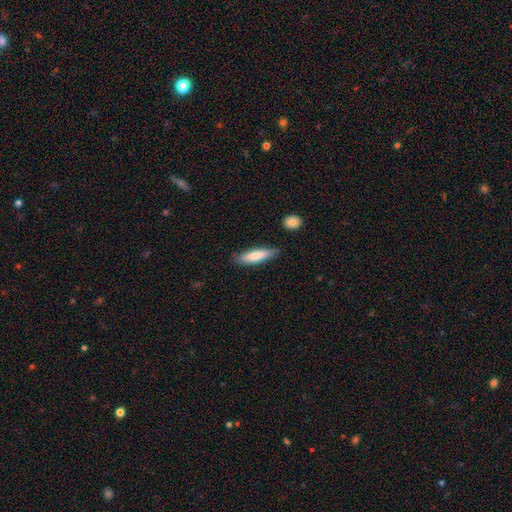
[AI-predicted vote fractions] A smooth galaxy with no disk features (79%) that is cigar-shaped (70%).

Vote fractions:
- Smooth or featured? smooth: 79% / featured or disk: 15% / star or artifact: 6%
- How rounded? cigar-shaped: 70% / in between: 29% / round: 1%
- Merging? none: 79% / minor disturbance: 16% / major disturbance: 3% / merger: 2%